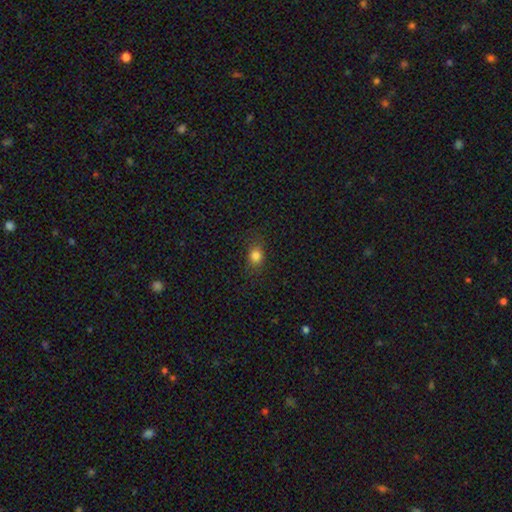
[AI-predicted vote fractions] A smooth galaxy with no disk features (81%) that is round (50%).

Vote fractions:
- Smooth or featured? smooth: 81% / star or artifact: 13% / featured or disk: 6%
- How rounded? round: 50% / in between: 48% / cigar-shaped: 2%
- Merging? none: 81% / minor disturbance: 14% / major disturbance: 4% / merger: 1%